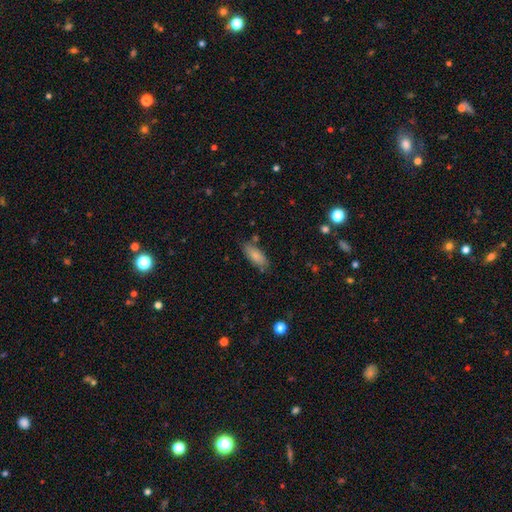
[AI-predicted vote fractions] This appears to be a smooth galaxy with no disk features (84%) that is in between round and cigar-shaped (78%). Merging: none (74%).